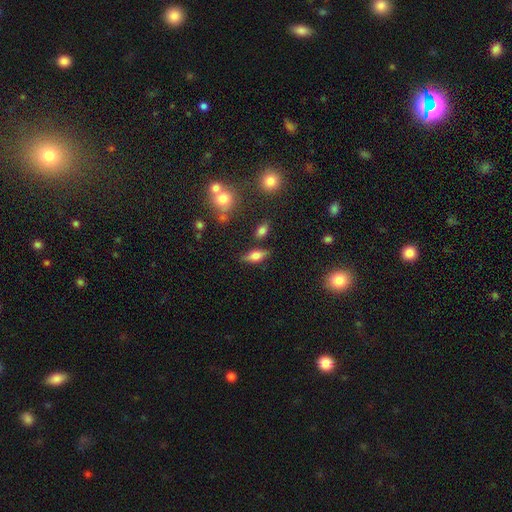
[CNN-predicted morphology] smooth_or_featured: smooth (p=0.58) [alt: featured or disk p=0.33]
how_rounded: in between (p=0.73) [alt: cigar-shaped p=0.22]
merging: none (p=0.77) [alt: minor disturbance p=0.14]